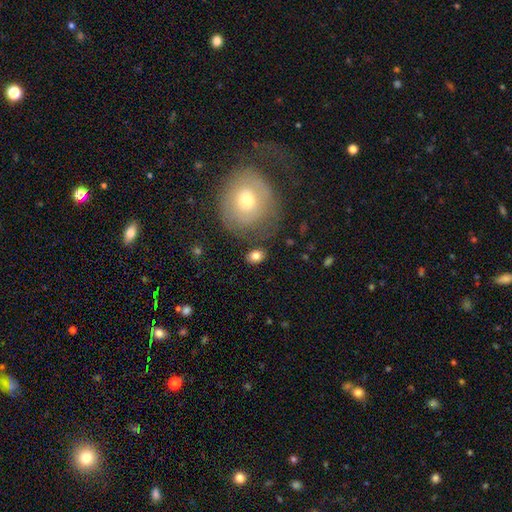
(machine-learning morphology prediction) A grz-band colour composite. It shows a smooth galaxy with no disk features (80%) that is in between round and cigar-shaped (63%). Merging: none (78%).